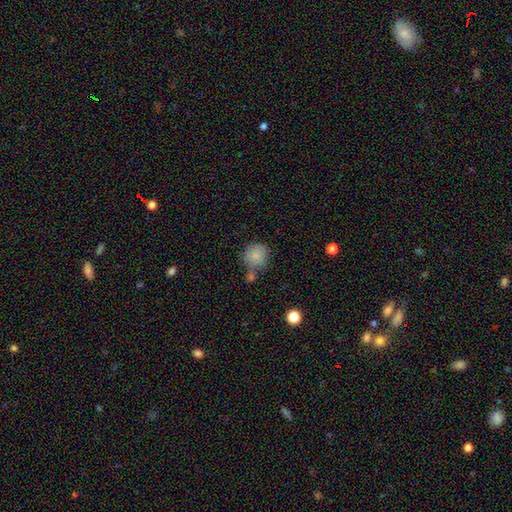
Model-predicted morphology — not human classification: smooth 84%, star or artifact 9%, featured or disk 7%. Down the decision tree: how rounded — round (88%); merging — none (58%).